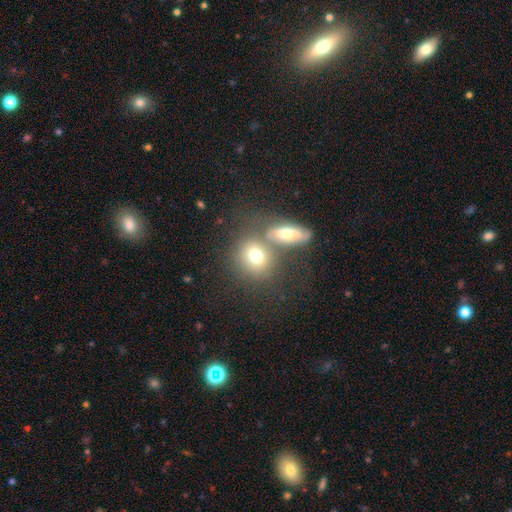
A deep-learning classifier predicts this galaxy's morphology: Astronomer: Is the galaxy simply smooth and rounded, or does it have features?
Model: smooth — 73%.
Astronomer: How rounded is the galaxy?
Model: round — 63%.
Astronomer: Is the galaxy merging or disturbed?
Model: none — 50% (runner-up: merger, 35%).